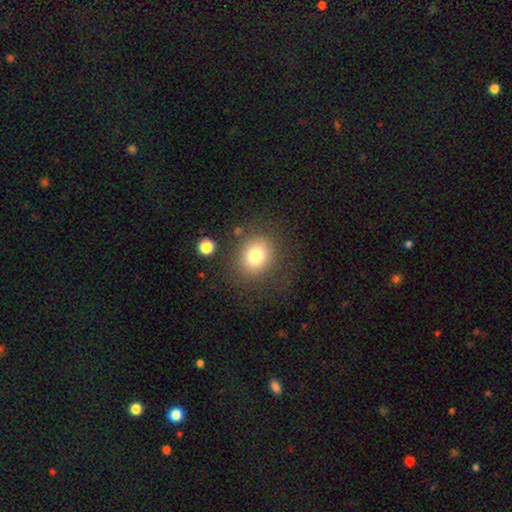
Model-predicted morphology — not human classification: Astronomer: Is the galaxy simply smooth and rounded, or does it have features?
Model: smooth — 77%.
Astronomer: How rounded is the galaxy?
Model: round — 72%.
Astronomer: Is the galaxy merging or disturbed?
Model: none — 80%.